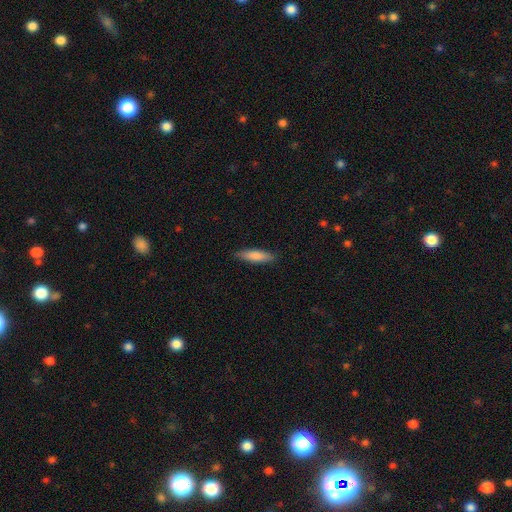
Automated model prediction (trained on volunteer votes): Overall: smooth (82%). How rounded: cigar-shaped (65%; in between 33%). Merging: none (86%).